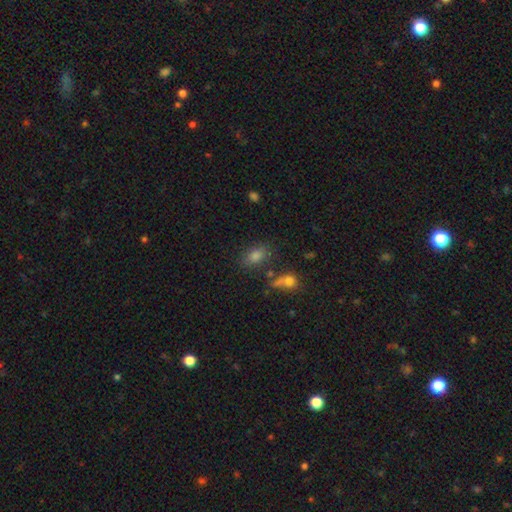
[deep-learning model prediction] Morphology: type=smooth (76%); roundness=in between (80%); merging=none (74%).